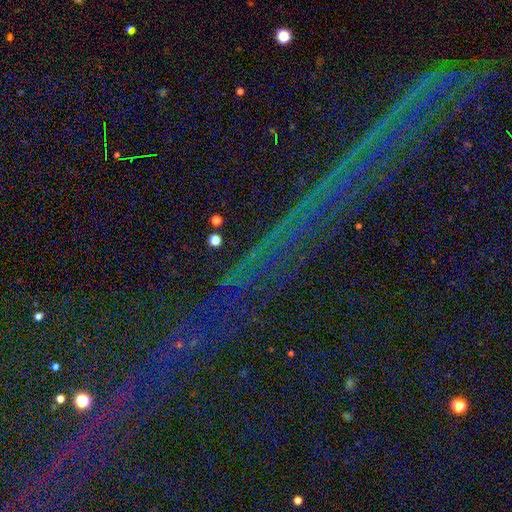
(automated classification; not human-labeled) Morphology: type=star or artifact (84%).